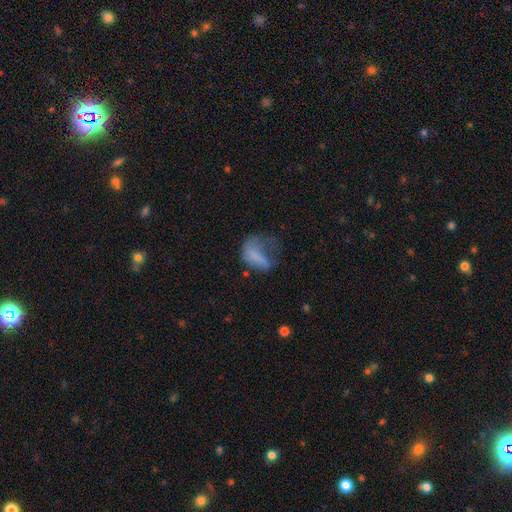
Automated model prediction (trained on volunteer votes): Smooth or featured? smooth (62%)
How rounded? in between (77%)
Merging? major disturbance (57%)